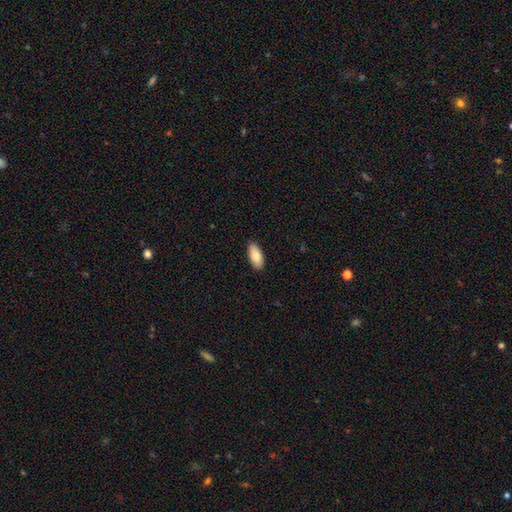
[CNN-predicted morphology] This is clearly a smooth galaxy (87%). How rounded: clearly in between (88%). Merging: clearly none (90%).